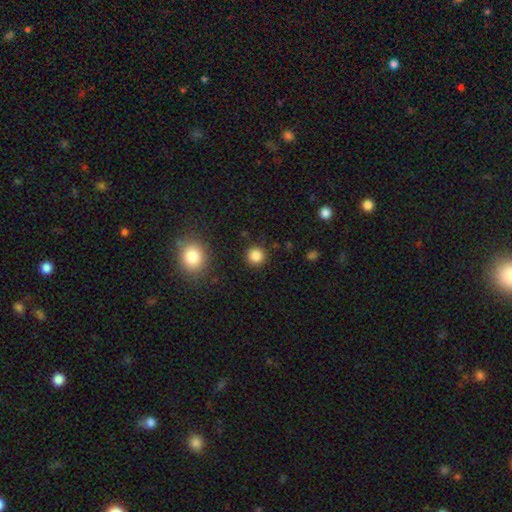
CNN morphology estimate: Smooth or featured? Predicted: smooth (p=0.85). How rounded? Predicted: round (p=0.94). Merging? Predicted: none (p=0.90).